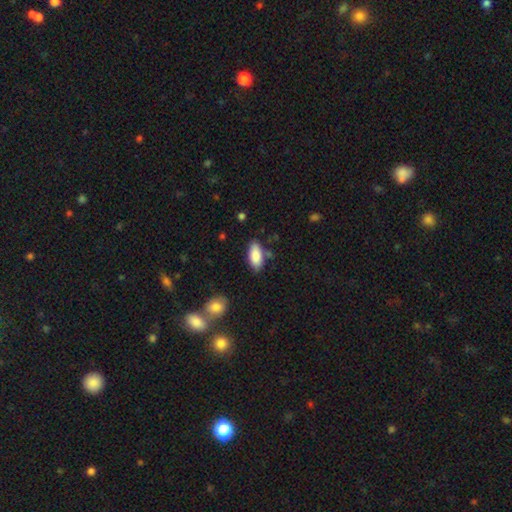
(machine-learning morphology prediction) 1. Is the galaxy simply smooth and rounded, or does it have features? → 87% smooth, 7% featured or disk, 6% star or artifact.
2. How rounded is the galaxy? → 88% in between, 10% cigar-shaped, 2% round.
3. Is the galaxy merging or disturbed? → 77% none, 16% minor disturbance, 4% merger, 3% major disturbance.